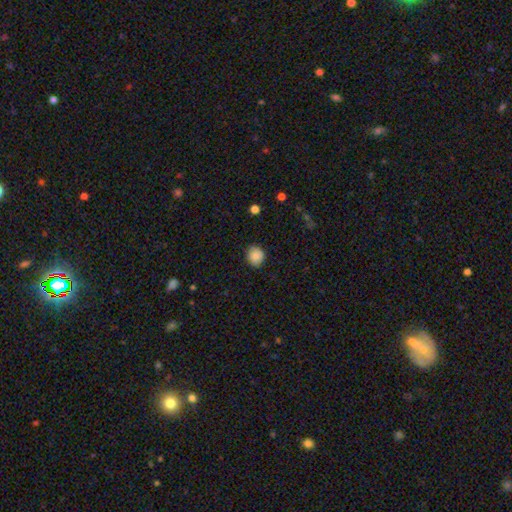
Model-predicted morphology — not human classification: smooth 83%, star or artifact 9%, featured or disk 8%. Down the decision tree: how rounded — round (76%); merging — none (80%).